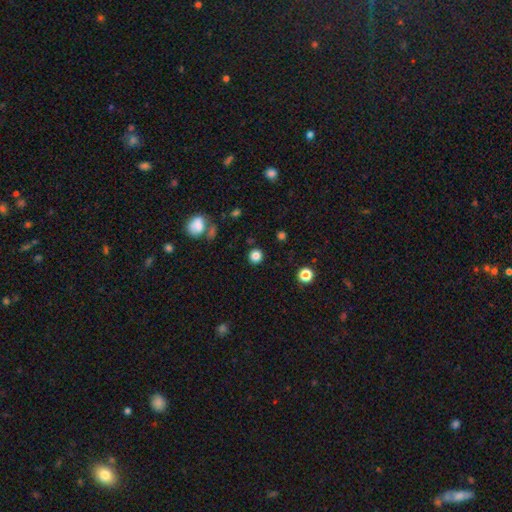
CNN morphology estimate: smooth-or-featured: smooth: 83% | star or artifact: 12% | featured or disk: 4%
  how-rounded: round: 91% | in between: 8% | cigar-shaped: 1%
  merging: none: 89% | minor disturbance: 6% | major disturbance: 2% | merger: 2%